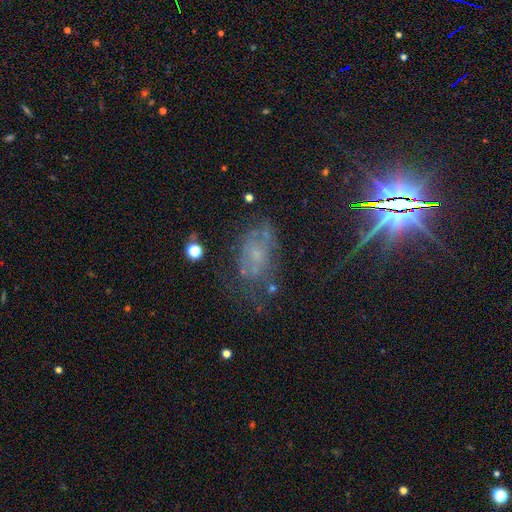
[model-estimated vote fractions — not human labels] featured or disk 48%, star or artifact 29%, smooth 23%. Down the decision tree: merging — none (53%).